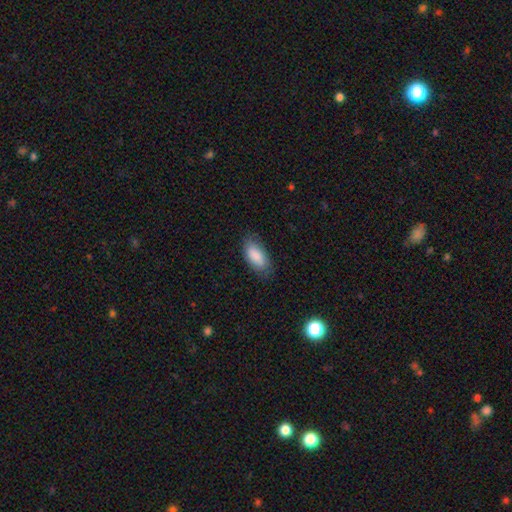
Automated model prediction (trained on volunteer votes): Smooth or featured?
  - smooth: 87% *
  - featured or disk: 7%
  - star or artifact: 6%
How rounded?
  - in between: 91% *
  - cigar-shaped: 7%
  - round: 2%
Merging?
  - none: 78% *
  - minor disturbance: 17%
  - major disturbance: 4%
  - merger: 1%